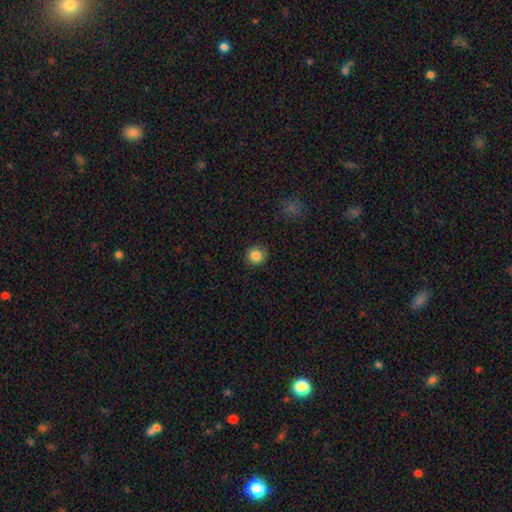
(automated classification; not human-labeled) smooth 85%, star or artifact 10%, featured or disk 4%. Down the decision tree: how rounded — round (91%); merging — none (90%).